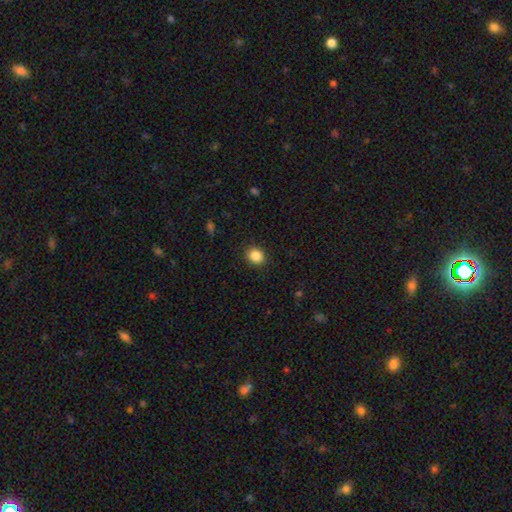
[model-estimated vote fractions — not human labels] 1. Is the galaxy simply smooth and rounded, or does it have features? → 86% smooth, 10% star or artifact, 4% featured or disk.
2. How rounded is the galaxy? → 74% round, 25% in between, 1% cigar-shaped.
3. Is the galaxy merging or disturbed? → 90% none, 7% minor disturbance, 2% major disturbance, 1% merger.